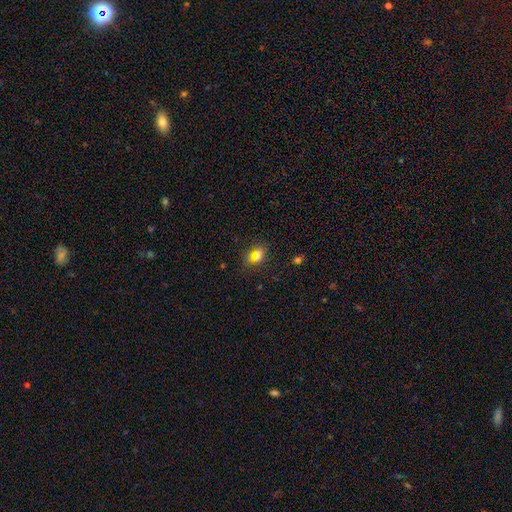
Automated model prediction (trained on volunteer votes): Smooth or featured: smooth — 63% (star or artifact — 26%)
How rounded: round — 49% (in between — 47%)
Merging: none — 78% (minor disturbance — 13%)